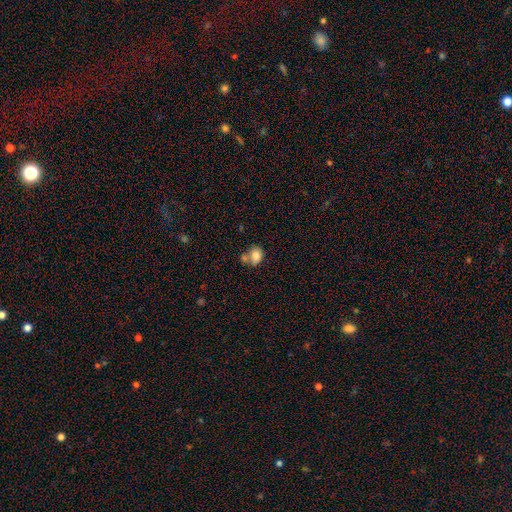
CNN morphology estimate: type=smooth (80%); roundness=round (51%); merging=none (43%).